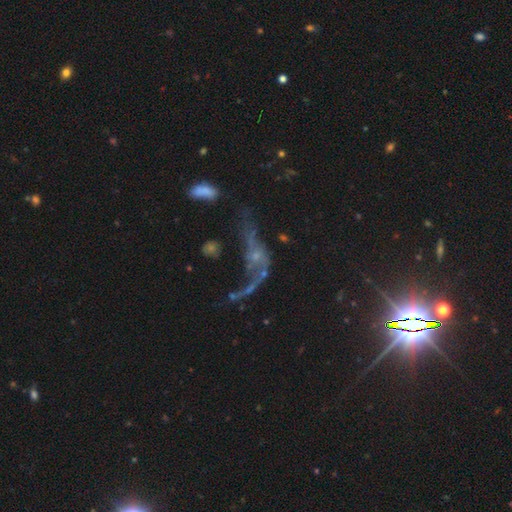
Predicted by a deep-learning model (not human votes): Overall: featured or disk (63%). Edge-on disk: no (88%). Bar: no (79%). Spiral arms: yes (53%; no 47%). Bulge size: small (52%; none 28%). Merging: major disturbance (41%; none 28%).